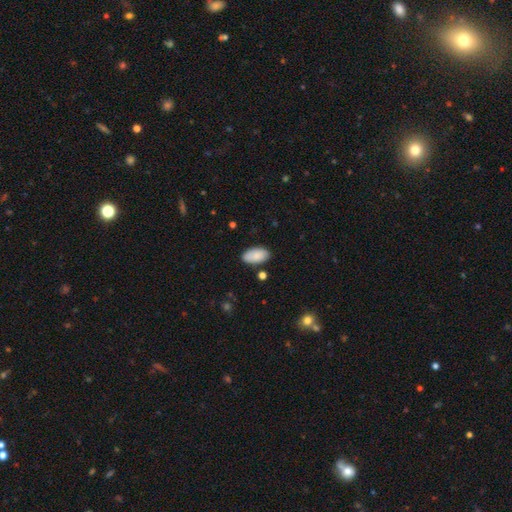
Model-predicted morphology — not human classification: smooth-or-featured: smooth: 87% | featured or disk: 7% | star or artifact: 6%
  how-rounded: in between: 95% | round: 2% | cigar-shaped: 2%
  merging: none: 83% | minor disturbance: 12% | merger: 3% | major disturbance: 2%